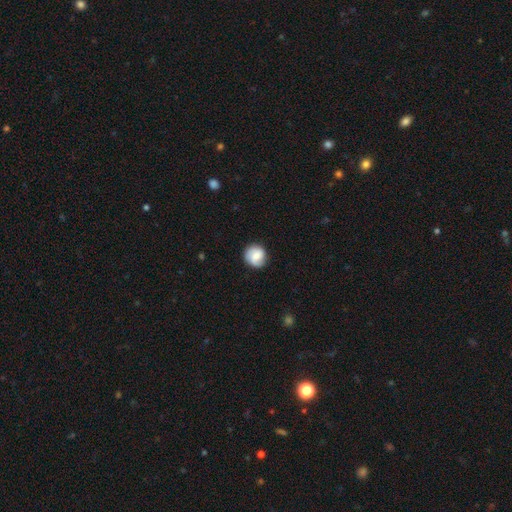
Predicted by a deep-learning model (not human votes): A smooth galaxy with no disk features (63%) that is round (89%).

Vote fractions:
- Smooth or featured? smooth: 63% / featured or disk: 29% / star or artifact: 8%
- How rounded? round: 89% / in between: 10% / cigar-shaped: 1%
- Merging? none: 81% / minor disturbance: 14% / major disturbance: 4% / merger: 1%